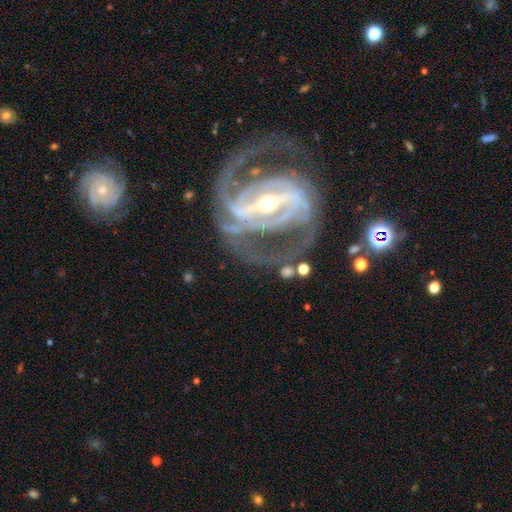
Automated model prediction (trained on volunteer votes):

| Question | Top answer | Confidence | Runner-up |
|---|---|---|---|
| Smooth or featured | featured or disk | 93% | star or artifact (5%) |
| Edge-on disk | no | 97% | yes (3%) |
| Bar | strong | 81% | weak (14%) |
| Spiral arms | yes | 98% | no (2%) |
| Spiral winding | medium | 50% | tight (37%) |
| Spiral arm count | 2 | 70% | 3 (12%) |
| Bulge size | small | 52% | moderate (43%) |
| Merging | none | 63% | major disturbance (18%) |